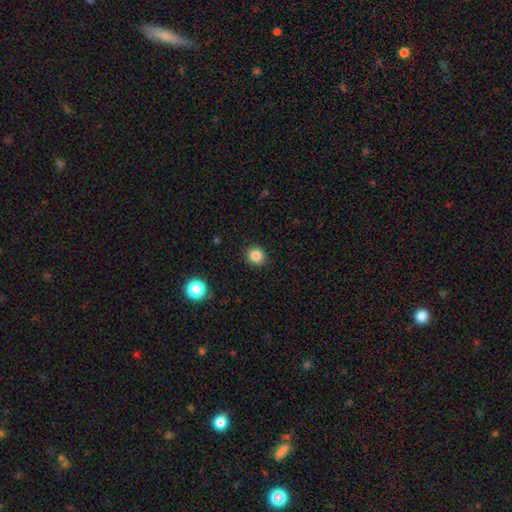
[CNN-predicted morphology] Smooth or featured? Predicted: smooth (p=0.83). How rounded? Predicted: round (p=0.85). Merging? Predicted: none (p=0.91).